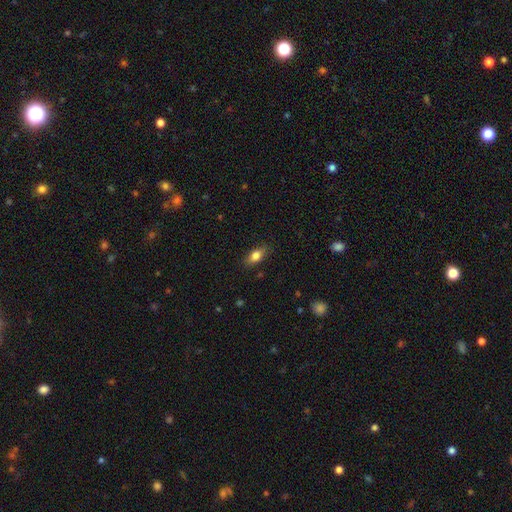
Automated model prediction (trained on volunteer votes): This appears to be a smooth galaxy with no disk features (79%) that is in between round and cigar-shaped (82%). Merging: none (84%).